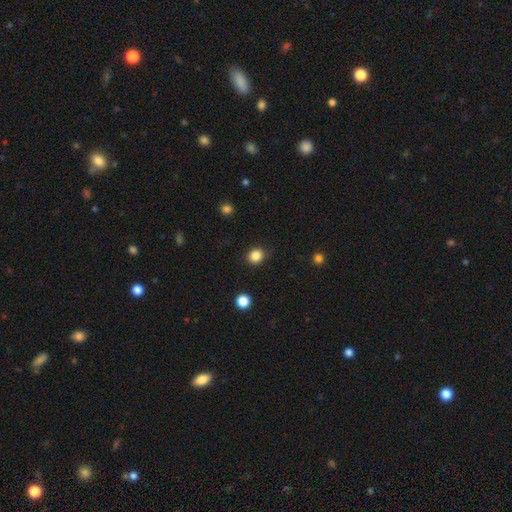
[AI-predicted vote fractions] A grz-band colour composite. It shows a smooth galaxy with no disk features (85%) that is round (82%). Merging: none (88%).